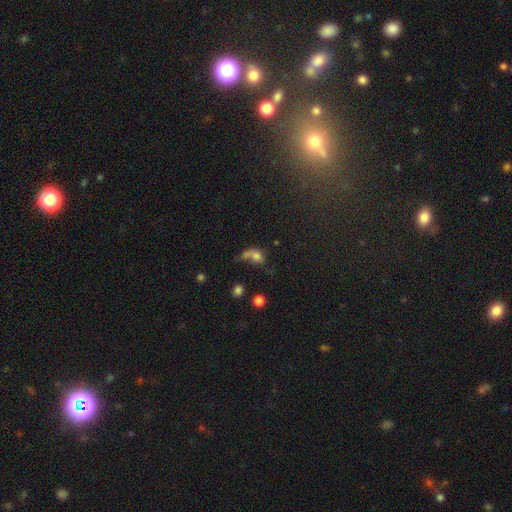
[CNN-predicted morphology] Smooth or featured?
  - smooth: 67% *
  - featured or disk: 17%
  - star or artifact: 16%
How rounded?
  - in between: 51% *
  - round: 46%
  - cigar-shaped: 3%
Merging?
  - merger: 32% *
  - none: 27%
  - major disturbance: 25%
  - minor disturbance: 16%